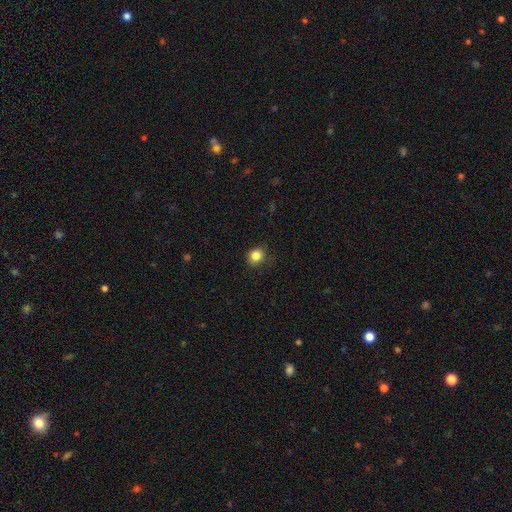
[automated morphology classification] A smooth galaxy with no disk features (84%) that is round (70%). Merging: none (81%).